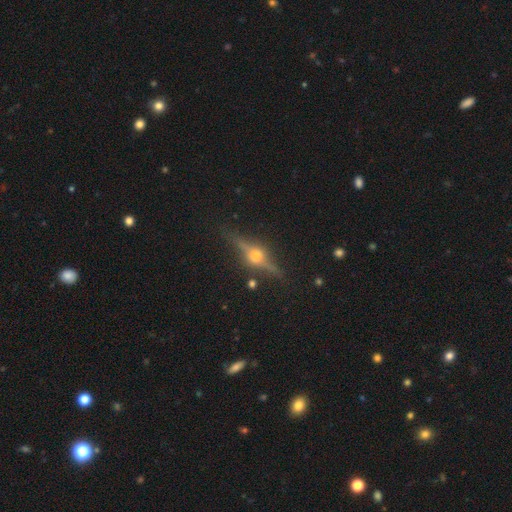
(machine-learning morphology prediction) Smooth or featured? Predicted: featured or disk (p=0.82). Edge-on disk? Predicted: yes (p=0.96). Edge-on bulge? Predicted: rounded (p=0.96). Merging? Predicted: none (p=0.88).